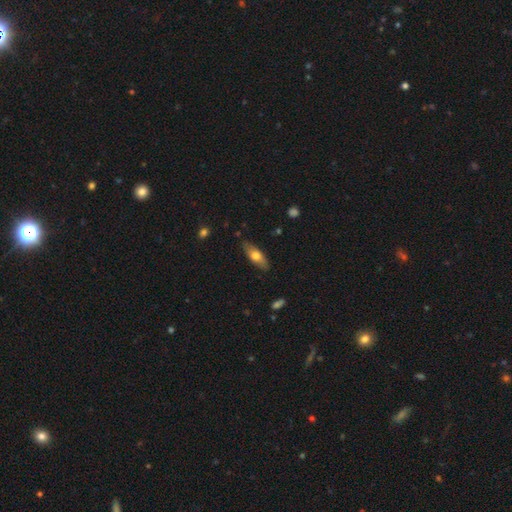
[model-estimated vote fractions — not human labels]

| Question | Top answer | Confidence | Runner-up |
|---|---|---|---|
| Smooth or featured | smooth | 63% | featured or disk (31%) |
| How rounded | in between | 63% | cigar-shaped (35%) |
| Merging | none | 83% | minor disturbance (13%) |